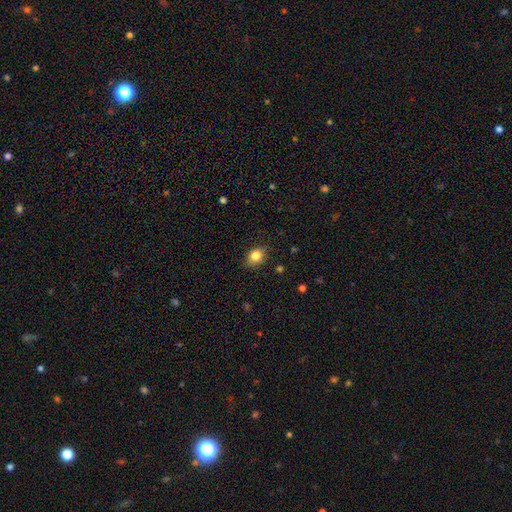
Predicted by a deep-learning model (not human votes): Smooth or featured? smooth (84%)
How rounded? in between (60%)
Merging? none (84%)